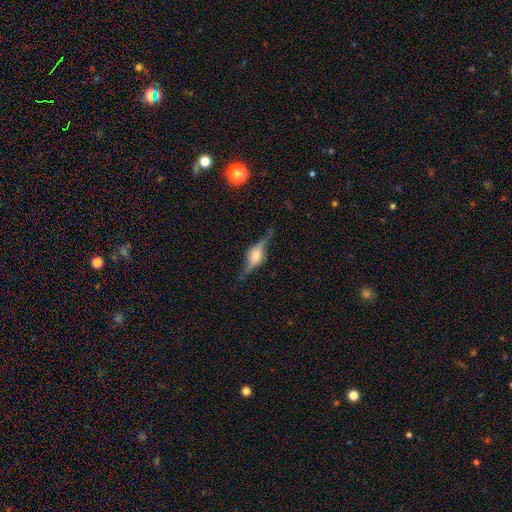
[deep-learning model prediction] Smooth or featured: featured or disk — 83% (smooth — 11%)
Edge-on disk: yes — 90% (no — 10%)
Edge-on bulge: rounded — 86% (boxy — 13%)
Merging: none — 78% (minor disturbance — 15%)